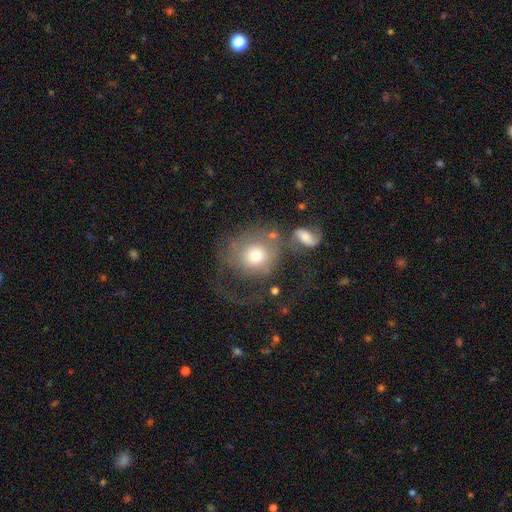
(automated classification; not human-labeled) The model was most divided on "merging": major disturbance: 37%, none: 32%, merger: 18%, minor disturbance: 14%. More confident: how rounded — round (81%); smooth or featured — smooth (57%).